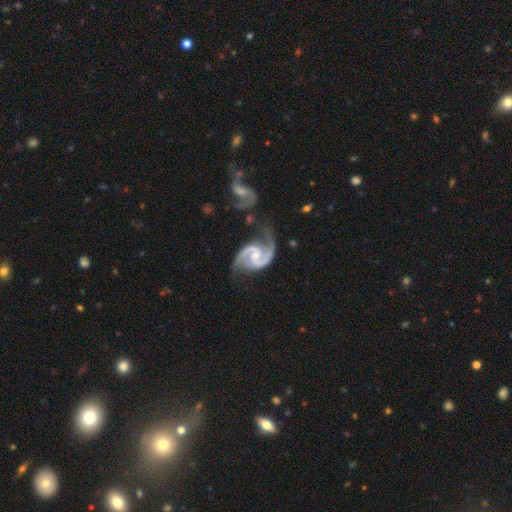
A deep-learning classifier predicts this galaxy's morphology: Q: Smooth or featured?
A: featured or disk (94%); runner-up: star or artifact (3%)
Q: Edge-on disk?
A: no (98%); runner-up: yes (2%)
Q: Bar?
A: weak (48%); runner-up: no (36%)
Q: Spiral arms?
A: yes (99%); runner-up: no (1%)
Q: Spiral winding?
A: medium (63%); runner-up: loose (20%)
Q: Spiral arm count?
A: 2 (94%); runner-up: 3 (2%)
Q: Bulge size?
A: small (50%); runner-up: moderate (45%)
Q: Merging?
A: none (61%); runner-up: minor disturbance (22%)